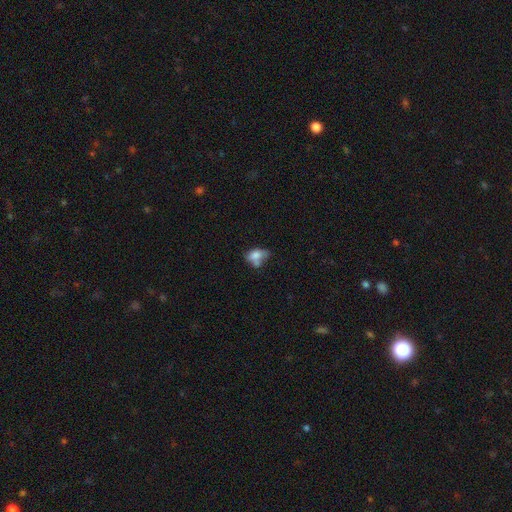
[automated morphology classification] A smooth galaxy with no disk features (72%) that is in between round and cigar-shaped (83%).

Vote fractions:
- Smooth or featured? smooth: 72% / featured or disk: 18% / star or artifact: 10%
- How rounded? in between: 83% / round: 14% / cigar-shaped: 3%
- Merging? none: 31% / merger: 29% / minor disturbance: 25% / major disturbance: 14%